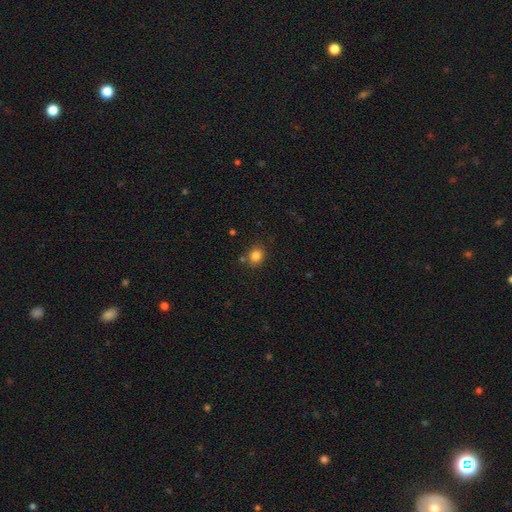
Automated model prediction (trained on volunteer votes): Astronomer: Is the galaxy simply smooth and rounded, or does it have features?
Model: smooth — 83%.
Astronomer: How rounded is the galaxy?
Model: round — 73%.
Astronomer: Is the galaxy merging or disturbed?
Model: none — 79%.